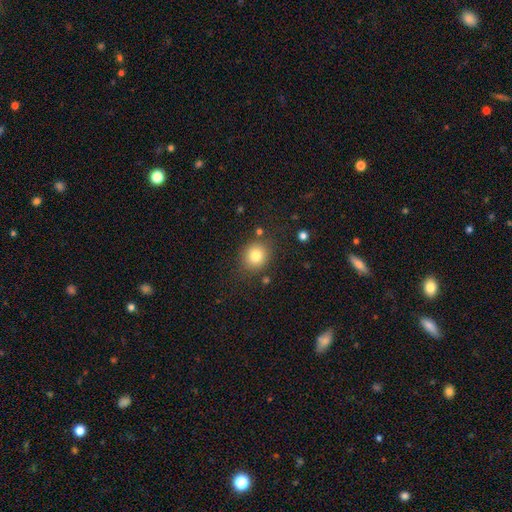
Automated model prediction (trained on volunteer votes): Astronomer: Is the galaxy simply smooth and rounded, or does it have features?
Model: smooth — 81%.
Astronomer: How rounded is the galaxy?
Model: round — 79%.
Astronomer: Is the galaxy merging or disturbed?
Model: none — 82%.